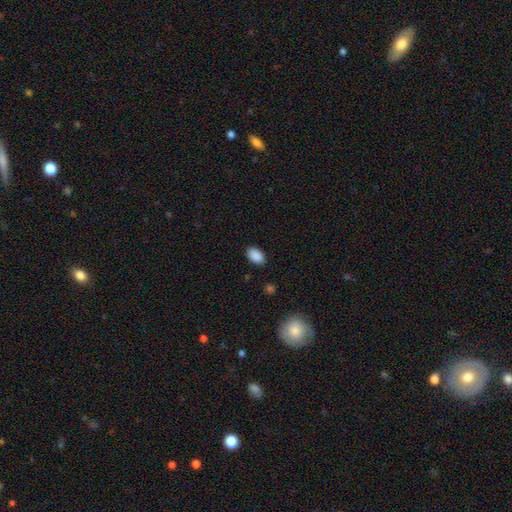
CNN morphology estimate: This is clearly a smooth galaxy (89%). How rounded: clearly in between (92%). Merging: clearly none (87%).